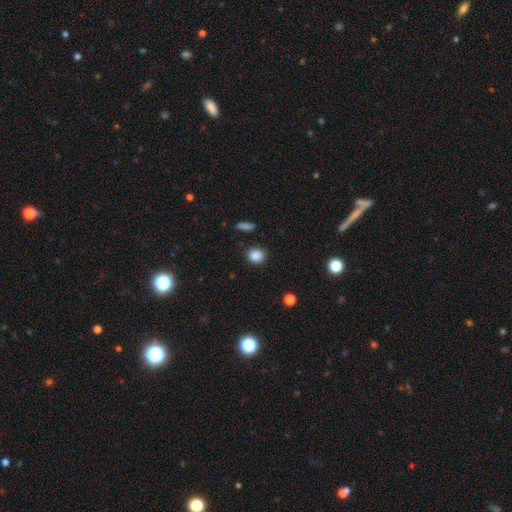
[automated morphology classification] Smooth or featured? smooth (87%)
How rounded? round (77%)
Merging? none (86%)